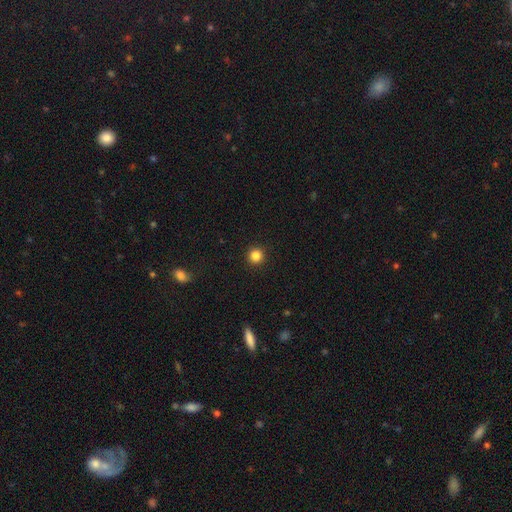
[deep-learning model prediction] A smooth galaxy with no disk features (85%) that is round (95%). Merging: none (93%).